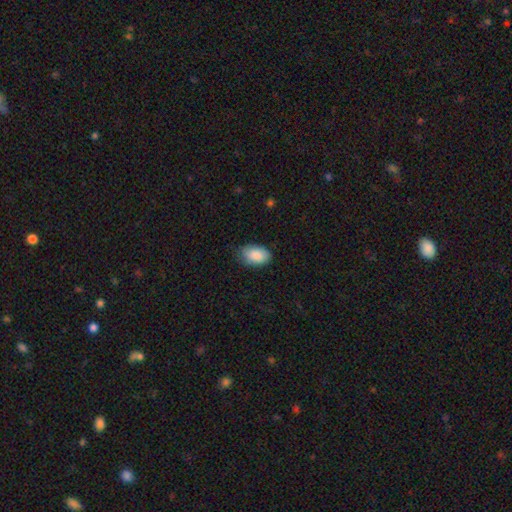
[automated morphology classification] smooth 88%, star or artifact 6%, featured or disk 5%. Down the decision tree: how rounded — in between (92%); merging — none (74%).